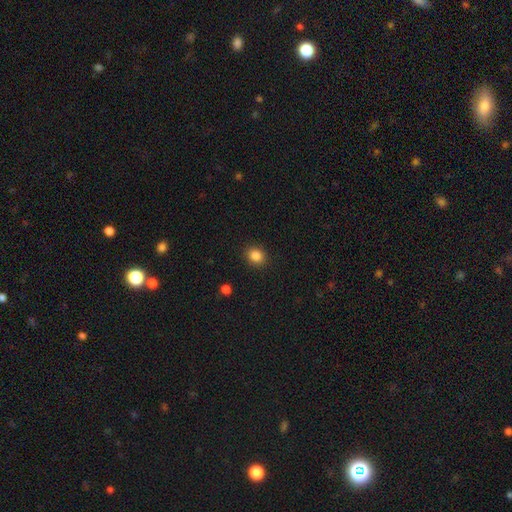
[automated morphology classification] Smooth or featured? Predicted: smooth (p=0.86). How rounded? Predicted: round (p=0.68). Merging? Predicted: none (p=0.90).